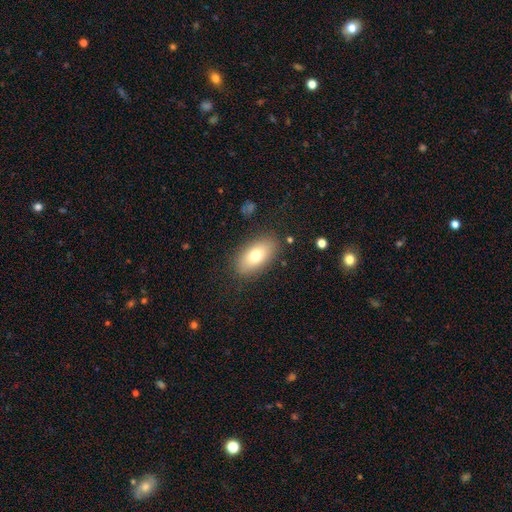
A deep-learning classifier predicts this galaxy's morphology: A smooth galaxy with no disk features (74%) that is in between round and cigar-shaped (90%). Merging: none (84%).